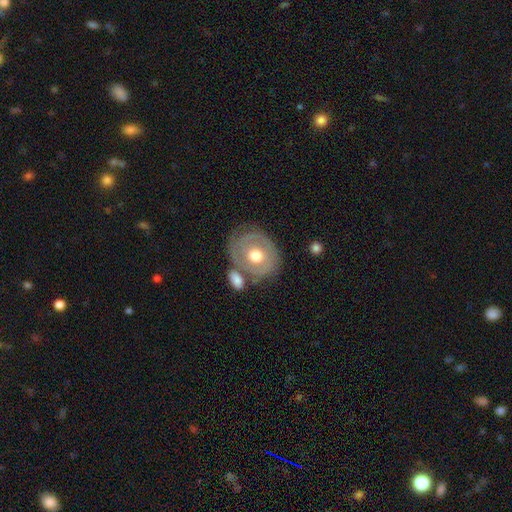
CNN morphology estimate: Smooth or featured? Predicted: featured or disk (p=0.60). Edge-on disk? Predicted: no (p=0.95). Bar? Predicted: no (p=0.83). Spiral arms? Predicted: yes (p=0.53). Bulge size? Predicted: moderate (p=0.77). Merging? Predicted: none (p=0.59).